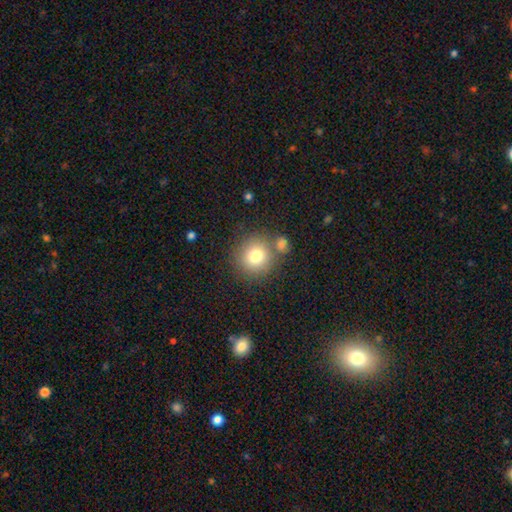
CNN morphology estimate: Smooth or featured? Predicted: smooth (p=0.78). How rounded? Predicted: round (p=0.91). Merging? Predicted: none (p=0.71).